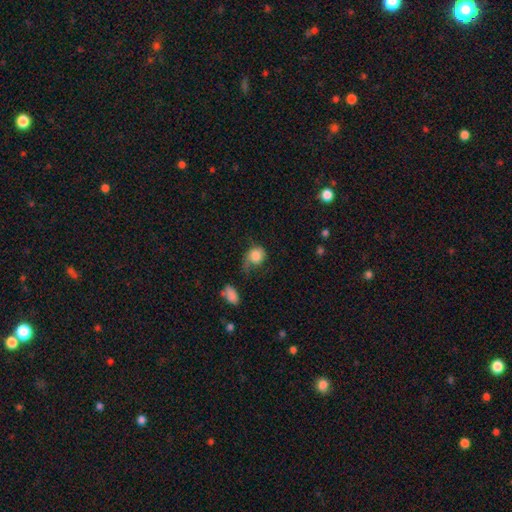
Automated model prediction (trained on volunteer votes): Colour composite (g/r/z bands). It shows a smooth galaxy with no disk features (76%) that is round (65%). Merging: major disturbance (37%).